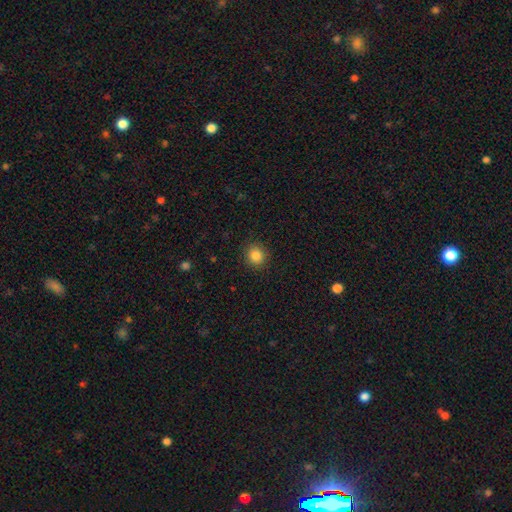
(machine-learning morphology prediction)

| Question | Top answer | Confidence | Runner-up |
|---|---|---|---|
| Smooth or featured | smooth | 85% | star or artifact (11%) |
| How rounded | round | 90% | in between (9%) |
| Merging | none | 90% | minor disturbance (6%) |